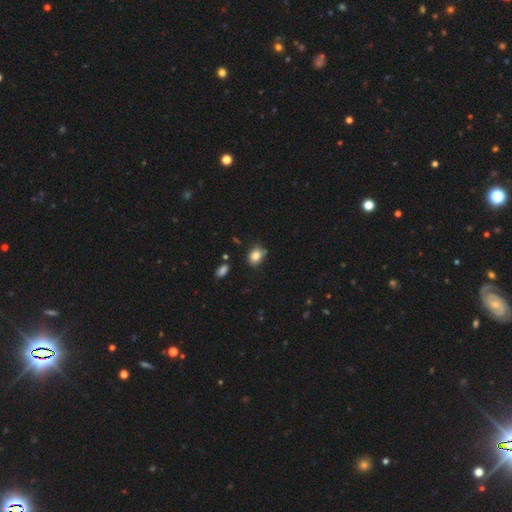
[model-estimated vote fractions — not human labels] The model was most divided on "how rounded": in between: 58%, round: 41%, cigar-shaped: 1%. More confident: smooth or featured — smooth (83%); merging — none (77%).